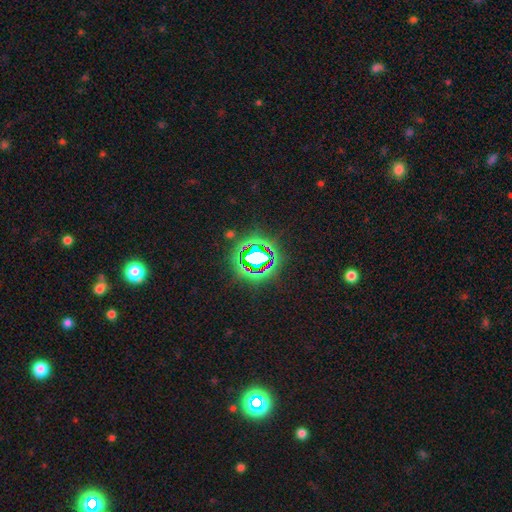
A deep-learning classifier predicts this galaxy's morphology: Smooth or featured? star or artifact (72%)